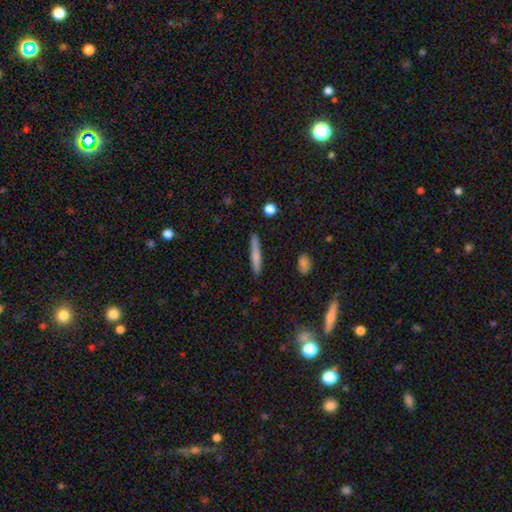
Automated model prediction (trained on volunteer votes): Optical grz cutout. It shows a smooth galaxy with no disk features (68%) that is cigar-shaped (94%). Merging: none (88%).